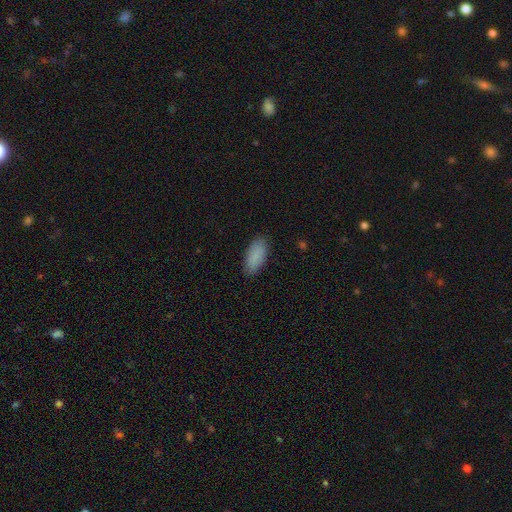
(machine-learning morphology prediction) A smooth galaxy with no disk features (89%) that is in between round and cigar-shaped (87%). Merging: none (86%).